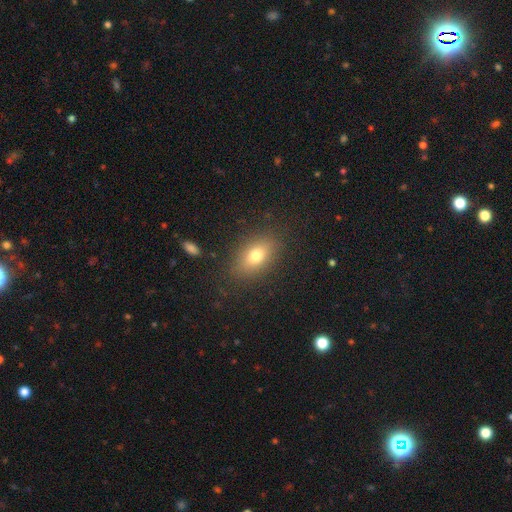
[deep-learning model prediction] Smooth or featured: smooth — 74% (featured or disk — 15%)
How rounded: in between — 83% (round — 12%)
Merging: none — 85% (minor disturbance — 10%)